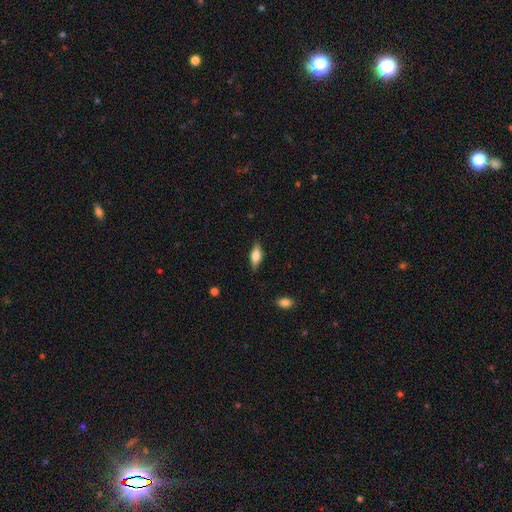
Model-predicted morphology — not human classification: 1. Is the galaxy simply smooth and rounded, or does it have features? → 59% smooth, 34% featured or disk, 7% star or artifact.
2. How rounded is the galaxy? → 68% in between, 29% cigar-shaped, 3% round.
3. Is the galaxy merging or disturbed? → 83% none, 13% minor disturbance, 3% major disturbance, 1% merger.